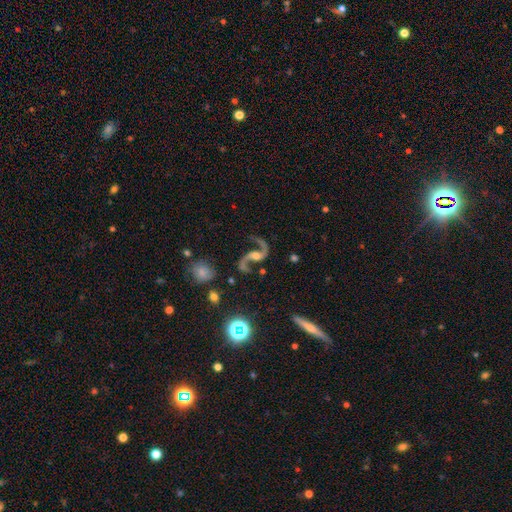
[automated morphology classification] This appears to be a featured or disk galaxy (91%) with no bar (52%), 2 (94%) loose (81%) spiral arms (98%) and a moderate central bulge (52%). Merging: none (73%).